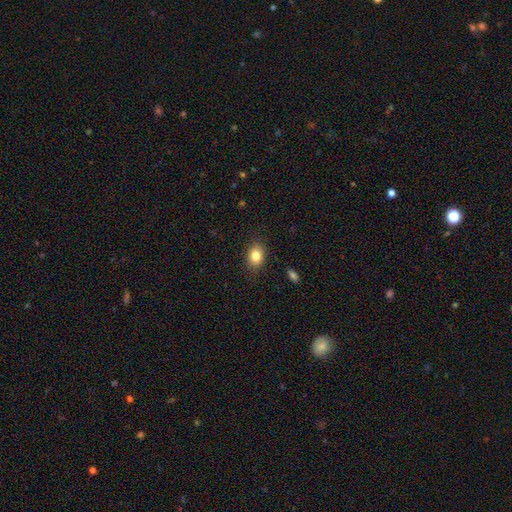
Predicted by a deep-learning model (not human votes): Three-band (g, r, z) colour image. It shows a smooth galaxy with no disk features (83%) that is in between round and cigar-shaped (70%). Merging: none (86%).